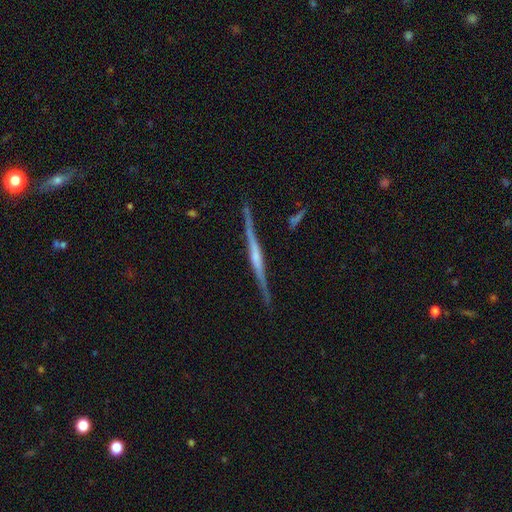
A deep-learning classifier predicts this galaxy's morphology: Smooth or featured: featured or disk — 82% (smooth — 12%)
Edge-on disk: yes — 98% (no — 2%)
Edge-on bulge: rounded — 51% (none — 27%)
Merging: none — 88% (minor disturbance — 8%)